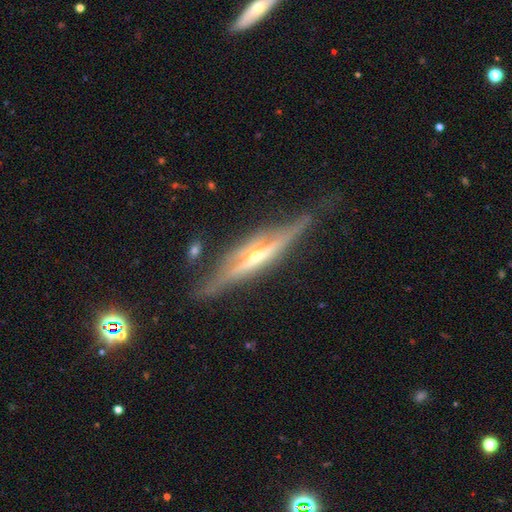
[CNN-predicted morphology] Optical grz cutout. It shows a featured or disk galaxy (85%) viewed edge-on (96%) with a rounded central bulge (75%). Merging: none (77%).